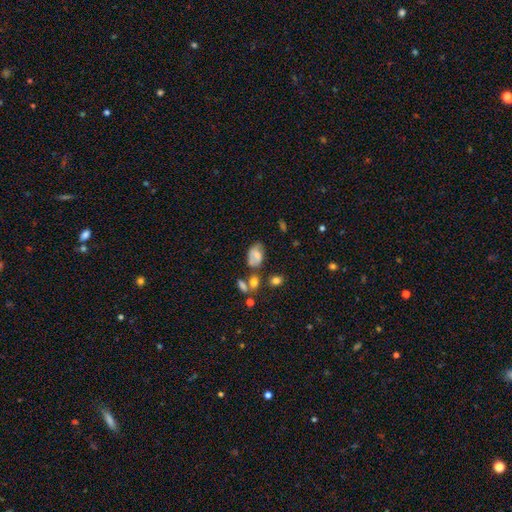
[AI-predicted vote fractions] A smooth galaxy with no disk features (62%) that is in between round and cigar-shaped (86%). Merging: none (50%).